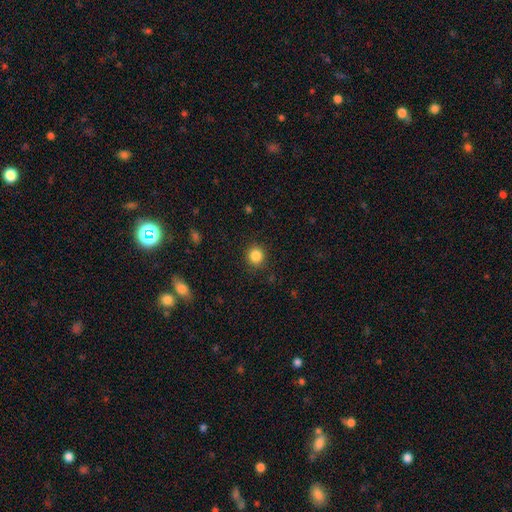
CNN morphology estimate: Smooth or featured?
  - smooth: 85% *
  - star or artifact: 11%
  - featured or disk: 4%
How rounded?
  - round: 90% *
  - in between: 9%
  - cigar-shaped: 1%
Merging?
  - none: 89% *
  - minor disturbance: 7%
  - major disturbance: 2%
  - merger: 1%